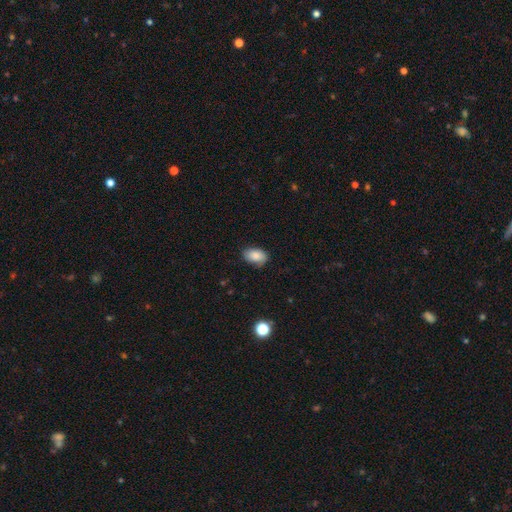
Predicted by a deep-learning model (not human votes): This appears to be a smooth galaxy with no disk features (85%) that is in between round and cigar-shaped (89%). Merging: none (76%).